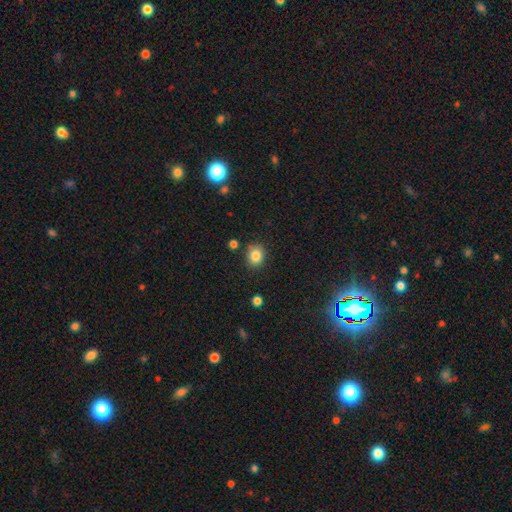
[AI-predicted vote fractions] Smooth or featured: smooth — 84% (star or artifact — 10%)
How rounded: round — 58% (in between — 41%)
Merging: none — 81% (minor disturbance — 12%)